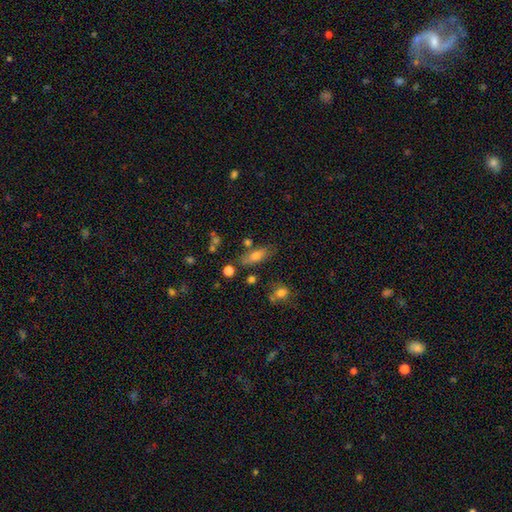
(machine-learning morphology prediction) This appears to be a smooth galaxy with no disk features (70%) that is in between round and cigar-shaped (72%). Merging: none (70%).